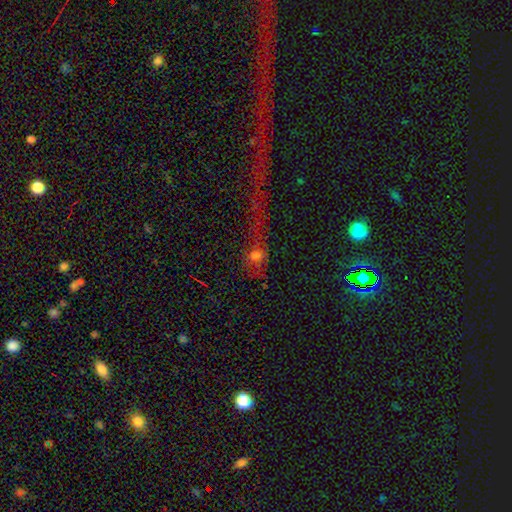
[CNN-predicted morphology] This is marginally a star or artifact rather than a galaxy (42%).